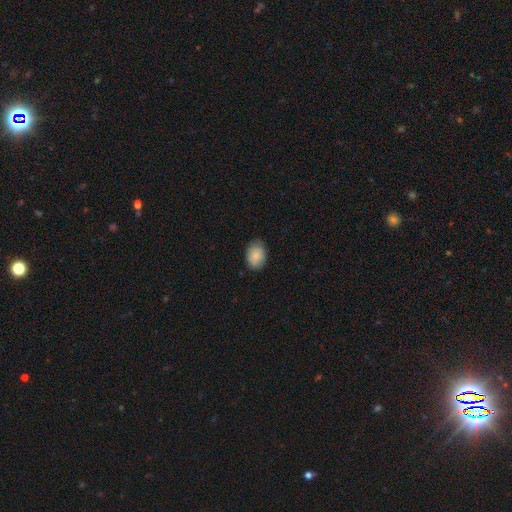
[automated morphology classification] smooth 87%, star or artifact 7%, featured or disk 6%. Down the decision tree: how rounded — in between (76%); merging — none (79%).